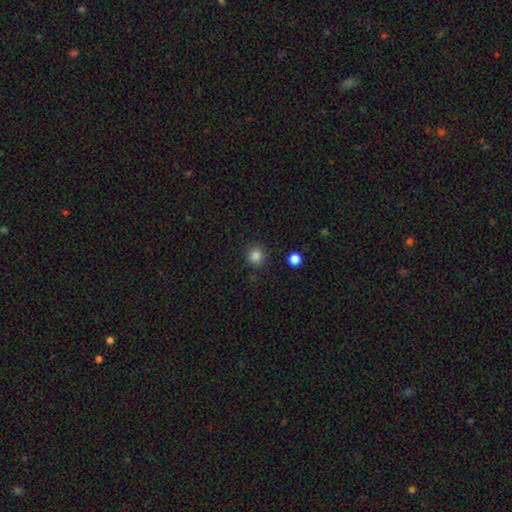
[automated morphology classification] A smooth galaxy with no disk features (85%) that is round (90%). Merging: none (88%).